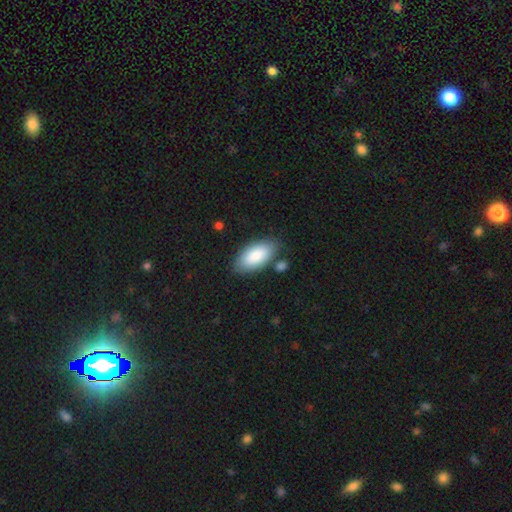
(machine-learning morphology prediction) A smooth galaxy with no disk features (88%) that is in between round and cigar-shaped (93%). Merging: none (79%).